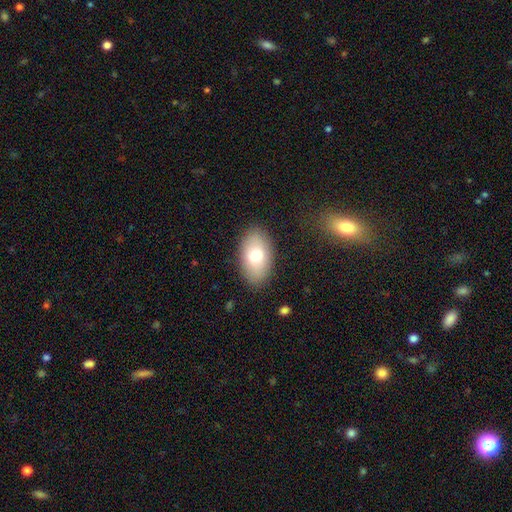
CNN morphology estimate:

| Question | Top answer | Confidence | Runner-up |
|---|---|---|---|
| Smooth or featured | smooth | 75% | featured or disk (18%) |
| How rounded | in between | 92% | round (6%) |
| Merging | none | 86% | minor disturbance (10%) |